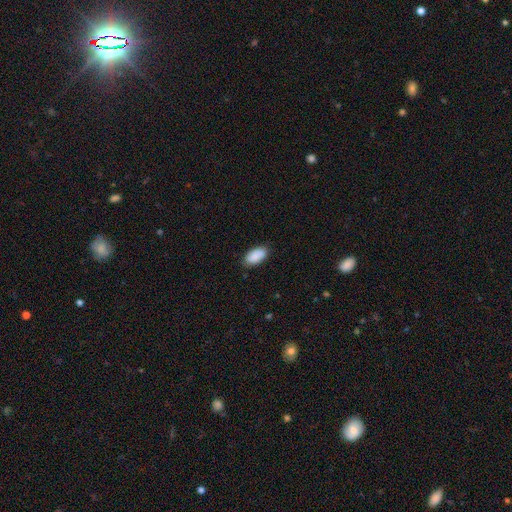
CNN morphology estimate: type=smooth (89%); roundness=in between (95%); merging=none (84%).